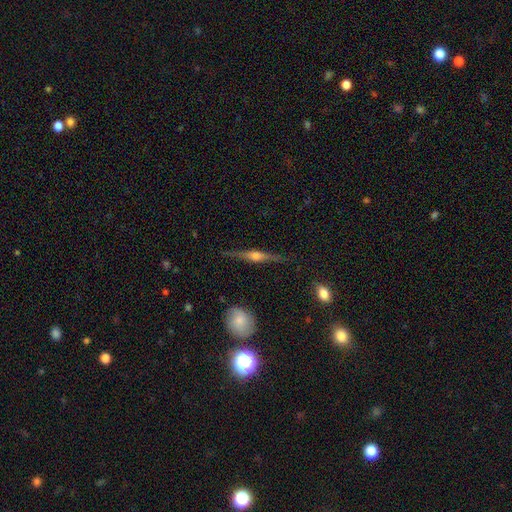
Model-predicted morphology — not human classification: Smooth or featured? Predicted: featured or disk (p=0.83). Edge-on disk? Predicted: yes (p=0.98). Edge-on bulge? Predicted: rounded (p=0.90). Merging? Predicted: none (p=0.87).